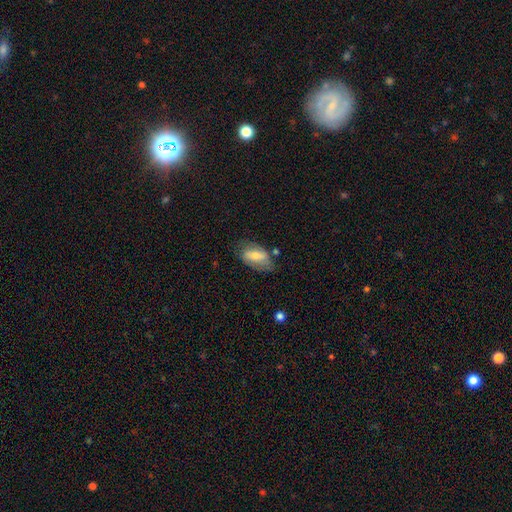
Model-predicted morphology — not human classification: A smooth galaxy with no disk features (63%) that is in between round and cigar-shaped (90%).

Vote fractions:
- Smooth or featured? smooth: 63% / featured or disk: 30% / star or artifact: 7%
- How rounded? in between: 90% / cigar-shaped: 6% / round: 5%
- Merging? none: 54% / minor disturbance: 29% / major disturbance: 12% / merger: 5%